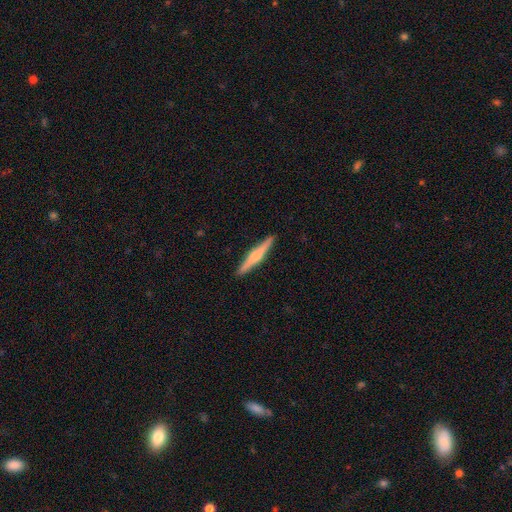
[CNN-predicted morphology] The model was most divided on "smooth or featured": featured or disk: 56%, smooth: 38%, star or artifact: 5%. More confident: edge-on disk — yes (98%); merging — none (92%); edge-on bulge — rounded (75%).